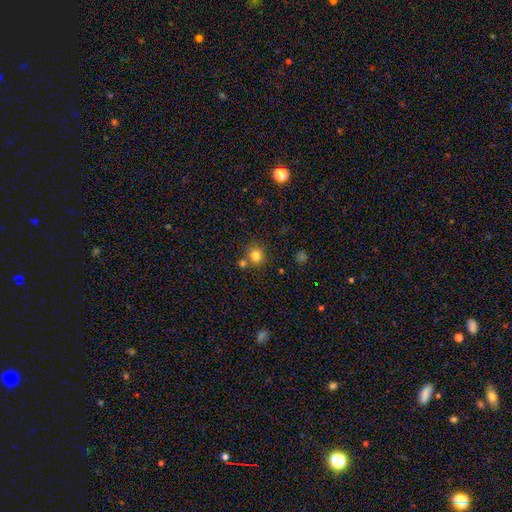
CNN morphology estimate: type=smooth (81%); roundness=round (89%); merging=none (71%).